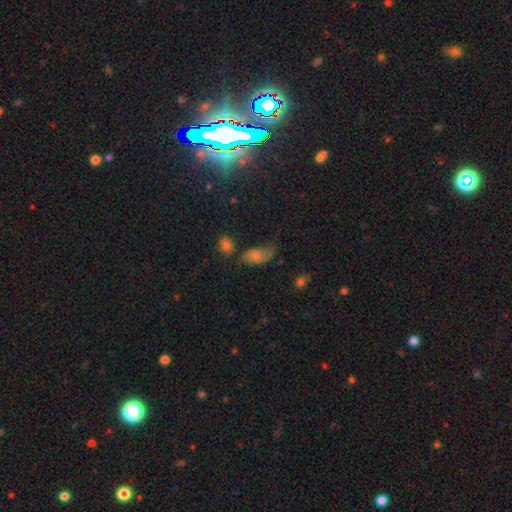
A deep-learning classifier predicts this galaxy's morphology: A smooth galaxy with no disk features (43%).

Vote fractions:
- Smooth or featured? smooth: 43% / featured or disk: 35% / star or artifact: 21%
- Merging? none: 40% / minor disturbance: 30% / major disturbance: 21% / merger: 8%